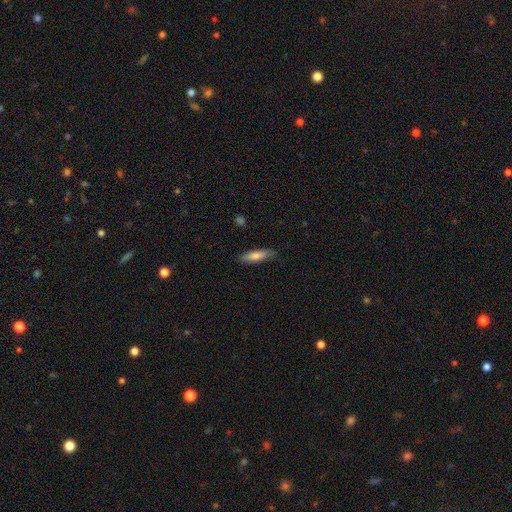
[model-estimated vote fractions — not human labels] Overall: smooth (73%). How rounded: cigar-shaped (65%; in between 33%). Merging: none (83%).